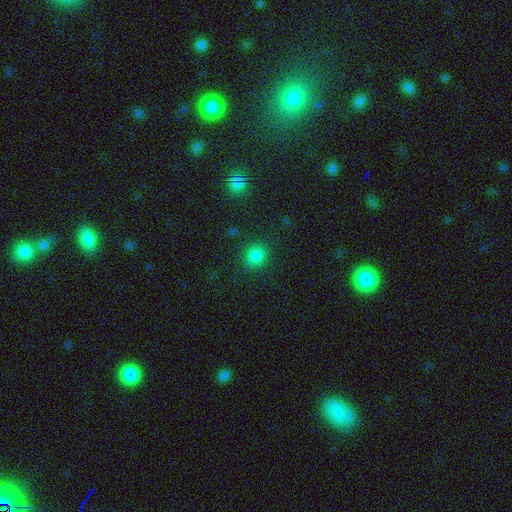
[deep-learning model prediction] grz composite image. It shows a smooth galaxy with no disk features (83%) that is round (84%). Merging: none (88%).